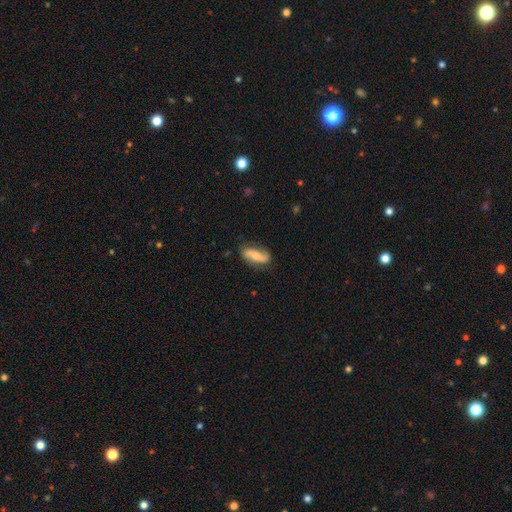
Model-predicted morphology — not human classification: smooth-or-featured: featured or disk: 57% | smooth: 37% | star or artifact: 6%
  disk-edge-on: no: 84% | yes: 16%
  merging: none: 77% | minor disturbance: 17% | major disturbance: 4% | merger: 2%